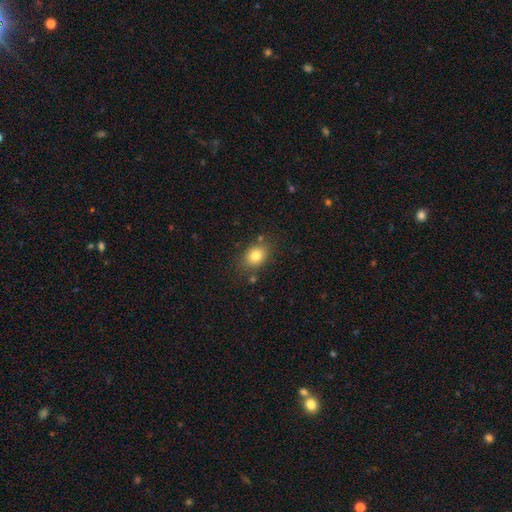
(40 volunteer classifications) This is clearly a smooth galaxy (82%). How rounded: possibly in between (52%). Merging: clearly none (83%).